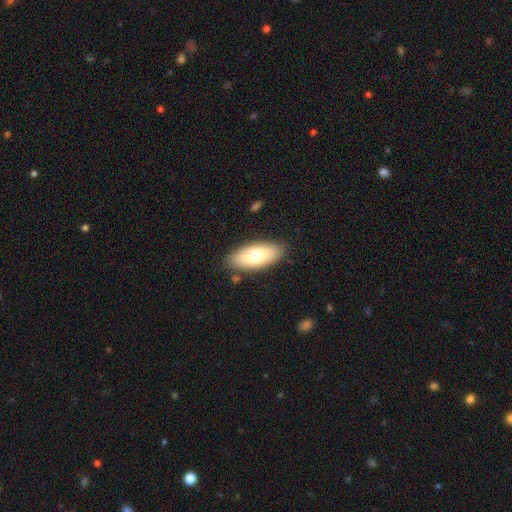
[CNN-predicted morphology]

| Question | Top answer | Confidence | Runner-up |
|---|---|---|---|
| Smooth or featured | smooth | 74% | featured or disk (20%) |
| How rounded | in between | 86% | cigar-shaped (12%) |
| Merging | none | 85% | minor disturbance (10%) |